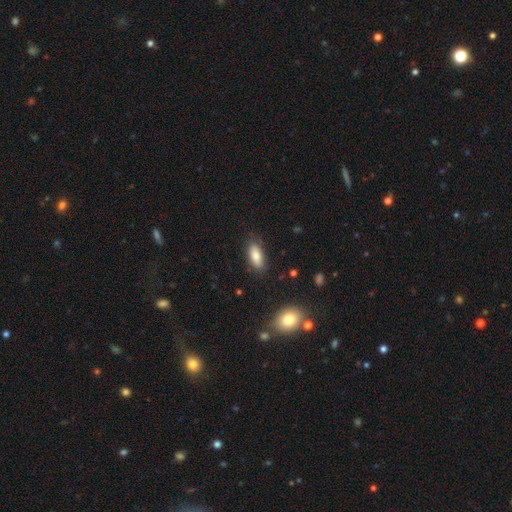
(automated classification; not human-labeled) A smooth galaxy with no disk features (83%) that is in between round and cigar-shaped (82%). Merging: none (83%).